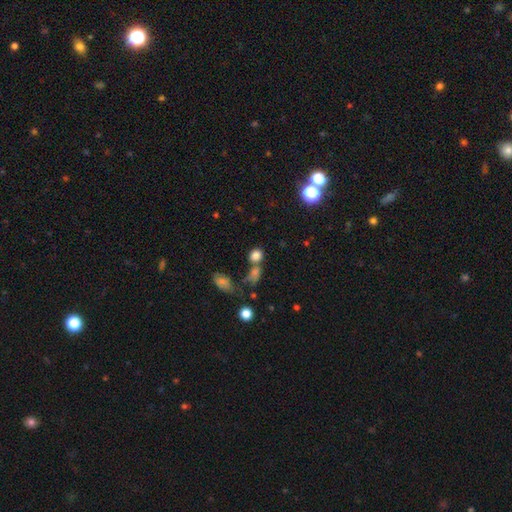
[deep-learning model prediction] A smooth galaxy with no disk features (79%) that is round (60%).

Vote fractions:
- Smooth or featured? smooth: 79% / star or artifact: 14% / featured or disk: 7%
- How rounded? round: 60% / in between: 38% / cigar-shaped: 2%
- Merging? none: 50% / merger: 32% / minor disturbance: 12% / major disturbance: 7%